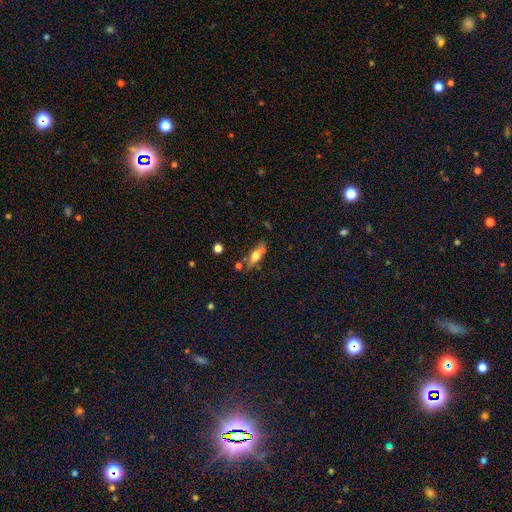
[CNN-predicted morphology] smooth 55%, featured or disk 37%, star or artifact 8%. Down the decision tree: how rounded — in between (55%); merging — none (61%).